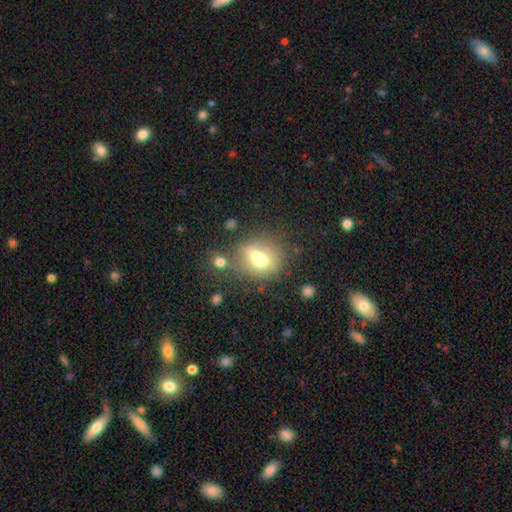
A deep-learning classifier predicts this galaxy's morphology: Q: Smooth or featured?
A: smooth (65%); runner-up: featured or disk (23%)
Q: How rounded?
A: round (64%); runner-up: in between (35%)
Q: Merging?
A: merger (41%); runner-up: none (40%)